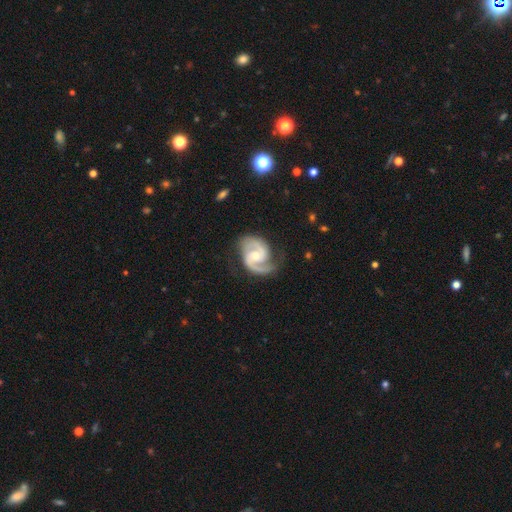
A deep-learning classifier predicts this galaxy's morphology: featured or disk 93%, star or artifact 4%, smooth 4%. Down the decision tree: edge-on disk — no (98%); bar — no (47%); spiral arms — yes (98%); spiral arm count — 2 (93%); spiral winding — medium (60%); bulge size — moderate (55%); merging — none (76%).